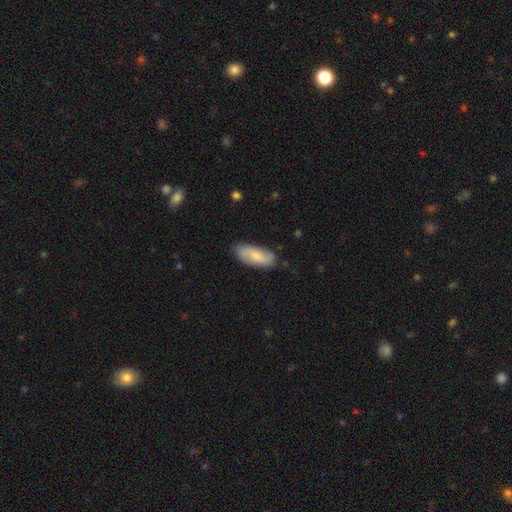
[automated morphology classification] Overall: smooth (71%). How rounded: in between (81%). Merging: none (79%).